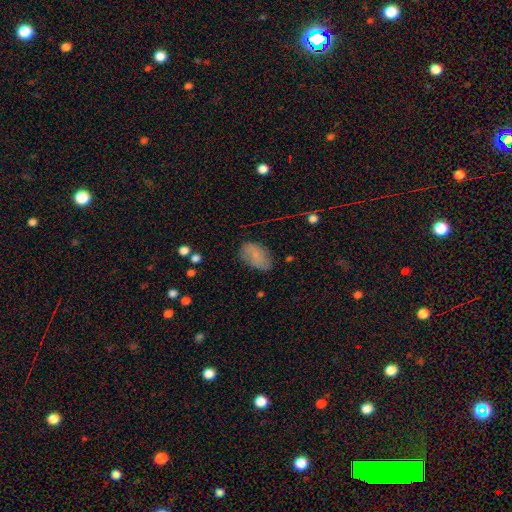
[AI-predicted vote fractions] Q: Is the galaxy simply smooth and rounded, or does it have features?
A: smooth — 76%.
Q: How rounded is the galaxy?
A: in between — 91%.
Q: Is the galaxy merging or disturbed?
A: none — 71%.